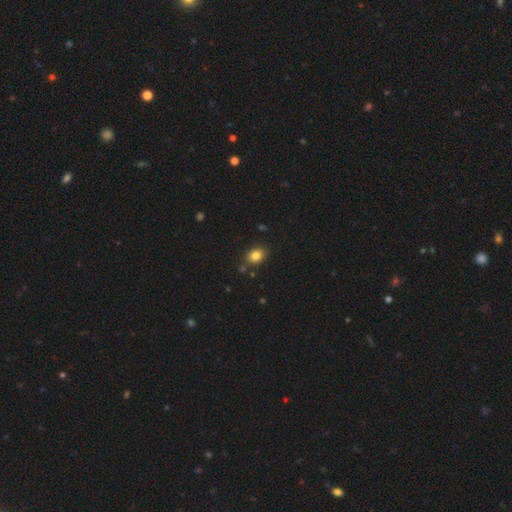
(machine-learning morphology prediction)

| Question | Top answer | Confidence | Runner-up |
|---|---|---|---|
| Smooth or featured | smooth | 83% | star or artifact (11%) |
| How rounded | in between | 60% | round (39%) |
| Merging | none | 80% | minor disturbance (12%) |